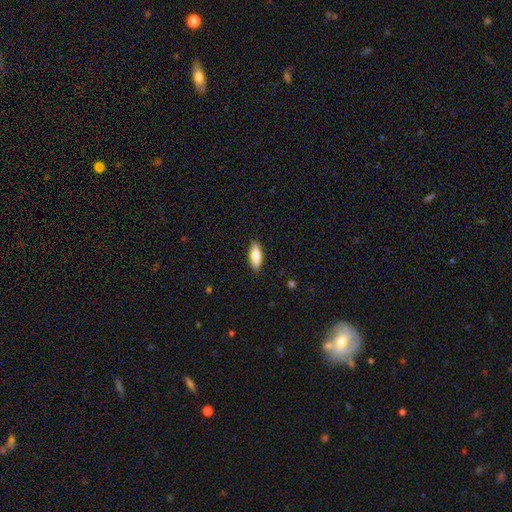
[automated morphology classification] smooth 76%, featured or disk 18%, star or artifact 6%. Down the decision tree: how rounded — in between (67%); merging — none (90%).